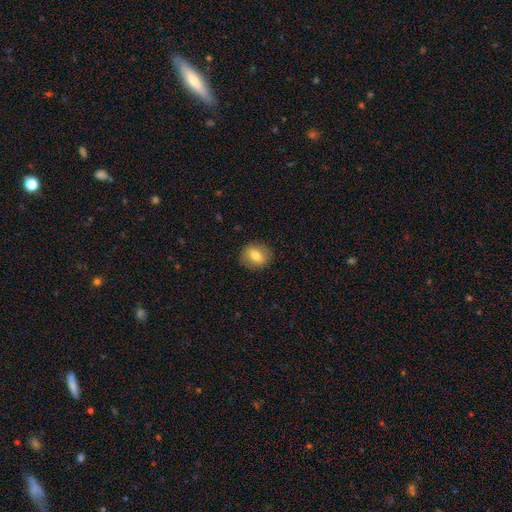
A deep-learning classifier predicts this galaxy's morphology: smooth_or_featured: smooth (p=0.71) [alt: featured or disk p=0.20]
how_rounded: round (p=0.60) [alt: in between p=0.39]
merging: none (p=0.87) [alt: minor disturbance p=0.09]